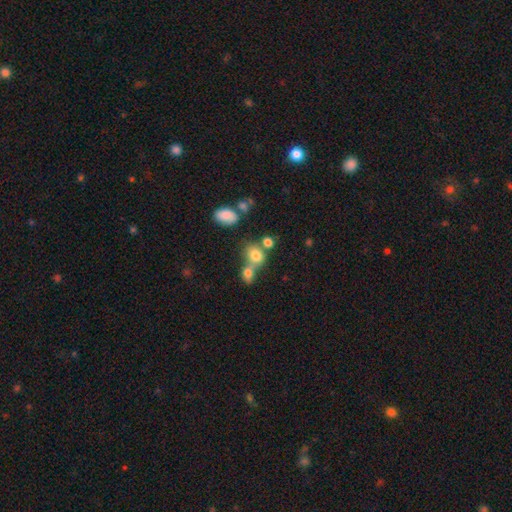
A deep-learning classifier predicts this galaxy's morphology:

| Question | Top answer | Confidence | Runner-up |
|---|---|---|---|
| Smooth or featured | smooth | 76% | star or artifact (12%) |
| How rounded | round | 50% | in between (48%) |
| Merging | merger | 52% | none (34%) |